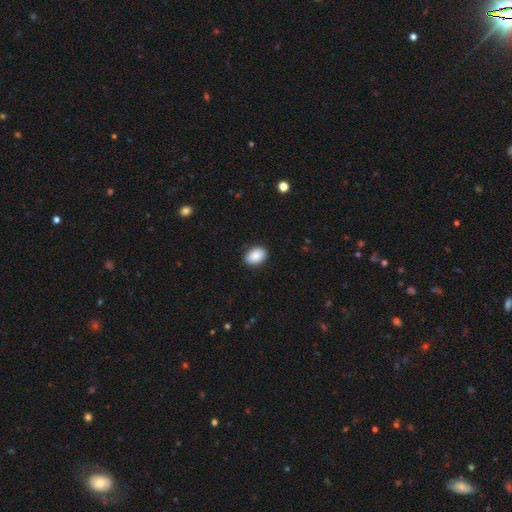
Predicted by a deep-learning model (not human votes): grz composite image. It shows a smooth galaxy with no disk features (90%) that is in between round and cigar-shaped (81%). Merging: none (89%).